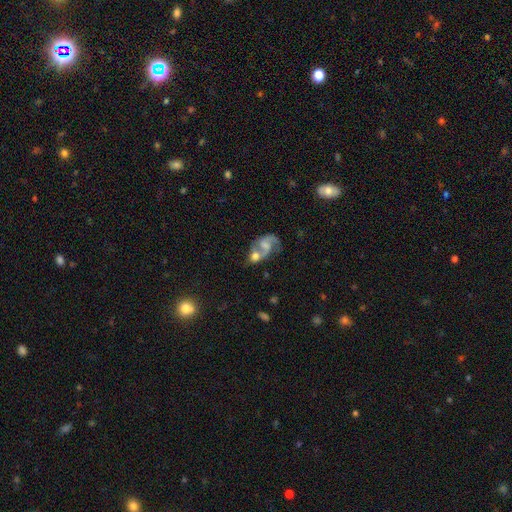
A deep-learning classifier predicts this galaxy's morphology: smooth_or_featured: featured or disk (p=0.65) [alt: smooth p=0.25]
disk_edge_on: no (p=0.97) [alt: yes p=0.03]
bar: no (p=0.58) [alt: weak p=0.34]
has_spiral_arms: yes (p=0.83) [alt: no p=0.17]
spiral_winding: loose (p=0.52) [alt: medium p=0.38]
spiral_arm_count: 2 (p=0.77) [alt: 1 p=0.14]
bulge_size: moderate (p=0.32) [alt: small p=0.29]
merging: merger (p=0.59) [alt: none p=0.21]